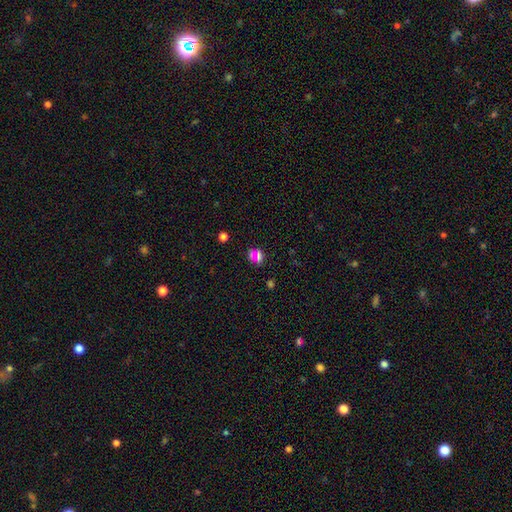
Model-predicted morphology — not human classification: This is possibly a smooth galaxy (54%). How rounded: likely round (73%). Merging: likely none (76%).